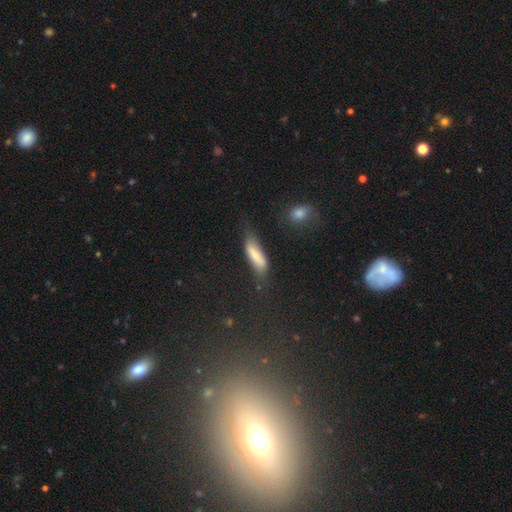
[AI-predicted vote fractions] smooth 73%, featured or disk 20%, star or artifact 7%. Down the decision tree: how rounded — cigar-shaped (54%); merging — none (50%).